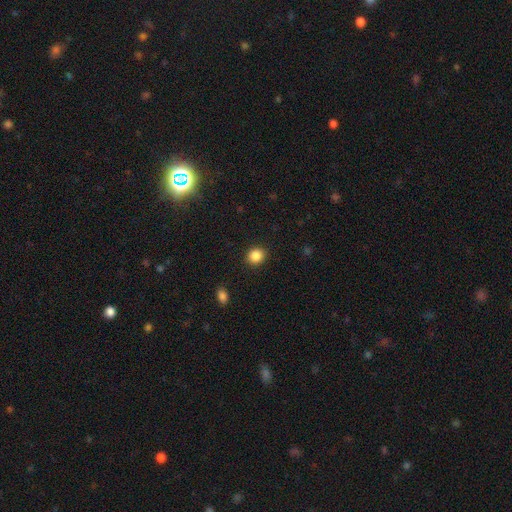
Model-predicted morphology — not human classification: A smooth galaxy with no disk features (86%) that is round (77%).

Vote fractions:
- Smooth or featured? smooth: 86% / star or artifact: 10% / featured or disk: 4%
- How rounded? round: 77% / in between: 22% / cigar-shaped: 1%
- Merging? none: 90% / minor disturbance: 6% / major disturbance: 2% / merger: 1%